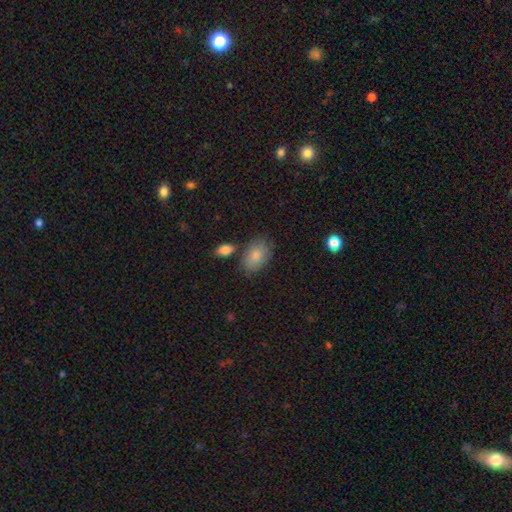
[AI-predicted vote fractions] Smooth or featured: smooth — 84% (featured or disk — 10%)
How rounded: in between — 89% (round — 10%)
Merging: none — 71% (minor disturbance — 17%)